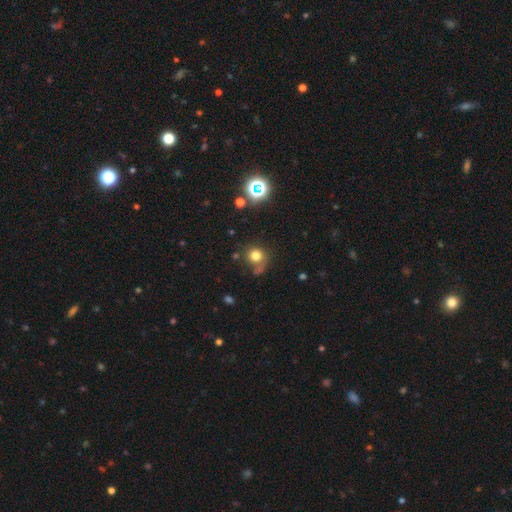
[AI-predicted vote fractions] Overall: smooth (75%). How rounded: round (86%). Merging: none (63%).